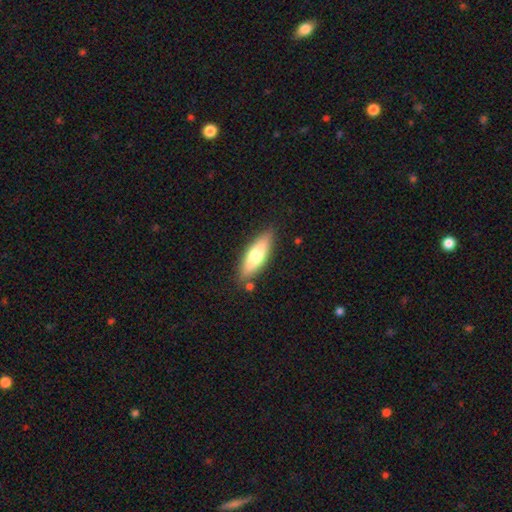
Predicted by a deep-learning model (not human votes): Overall: smooth (65%; featured or disk 29%). How rounded: in between (53%; cigar-shaped 45%). Merging: none (82%).